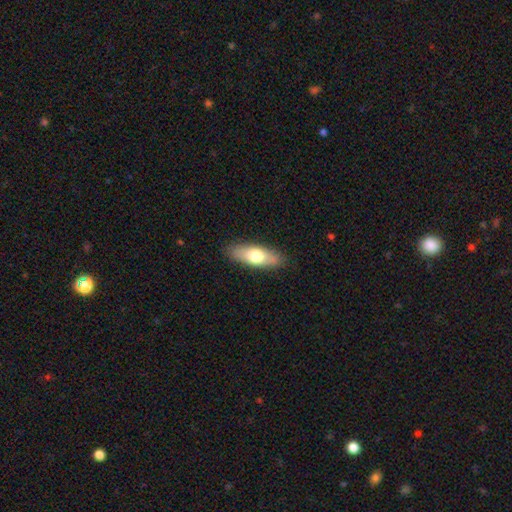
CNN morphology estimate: Smooth or featured?
  - smooth: 66% *
  - featured or disk: 28%
  - star or artifact: 6%
How rounded?
  - in between: 65% *
  - cigar-shaped: 32%
  - round: 3%
Merging?
  - none: 86% *
  - minor disturbance: 11%
  - major disturbance: 2%
  - merger: 1%